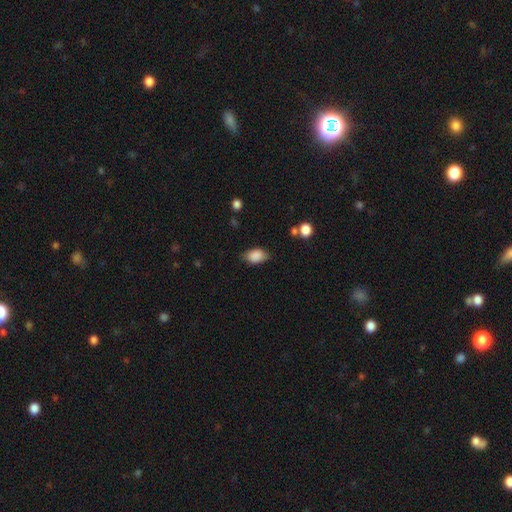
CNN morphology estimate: smooth_or_featured: smooth (p=0.86) [alt: star or artifact p=0.08]
how_rounded: in between (p=0.86) [alt: round p=0.12]
merging: none (p=0.73) [alt: minor disturbance p=0.20]